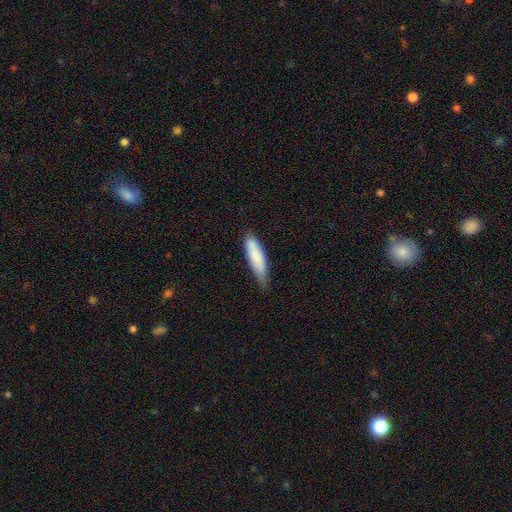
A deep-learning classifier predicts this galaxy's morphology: type=smooth (83%); roundness=cigar-shaped (69%); merging=none (58%).